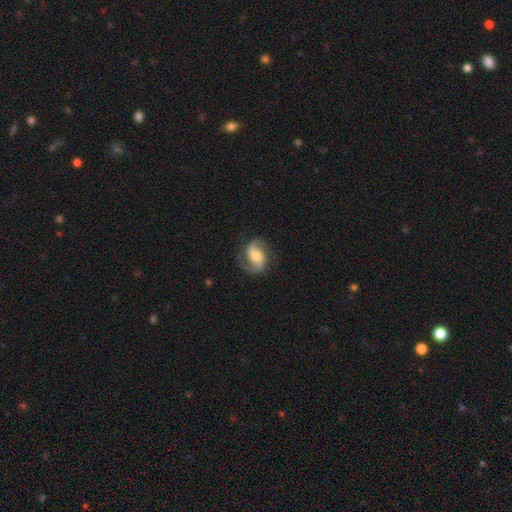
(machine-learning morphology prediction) smooth-or-featured: featured or disk: 82% | smooth: 12% | star or artifact: 6%
  disk-edge-on: no: 98% | yes: 2%
    bar: no: 46% | weak: 39% | strong: 16%
    has-spiral-arms: yes: 96% | no: 4%
      spiral-winding: medium: 51% | loose: 30% | tight: 19%
      spiral-arm-count: 2: 91% | 1: 3% | can't tell: 3% | 3: 1% | 4: 1% | more than 4: 1%
    bulge-size: moderate: 49% | small: 27% | large: 16% | none: 6% | dominant: 2%
  merging: none: 77% | minor disturbance: 15% | major disturbance: 7% | merger: 1%